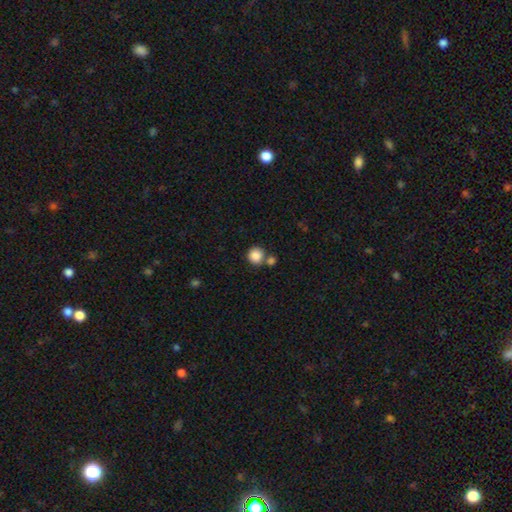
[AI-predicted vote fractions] Smooth or featured?
  - smooth: 87% *
  - star or artifact: 9%
  - featured or disk: 4%
How rounded?
  - round: 90% *
  - in between: 9%
  - cigar-shaped: 1%
Merging?
  - none: 64% *
  - merger: 24%
  - minor disturbance: 9%
  - major disturbance: 3%